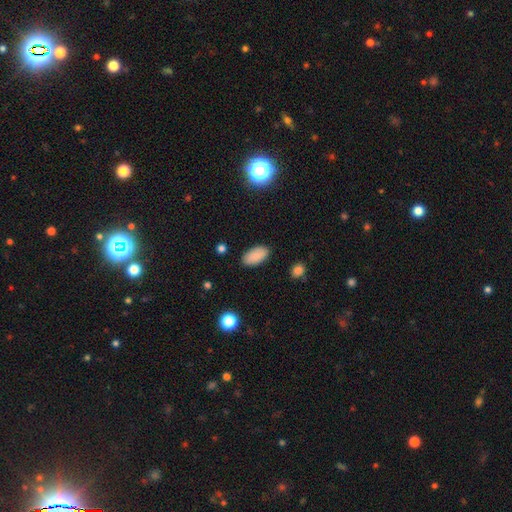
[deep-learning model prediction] Smooth or featured? Predicted: smooth (p=0.87). How rounded? Predicted: in between (p=0.95). Merging? Predicted: none (p=0.88).